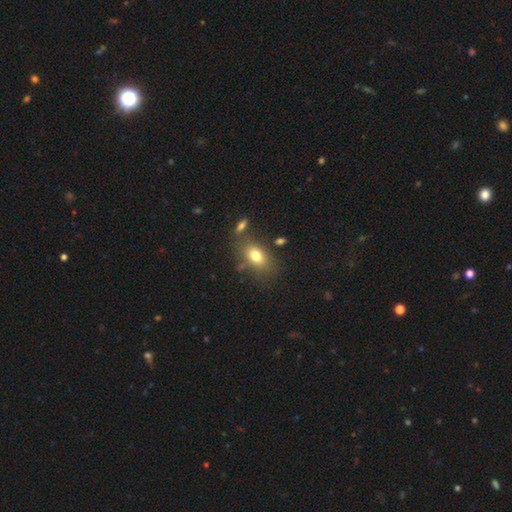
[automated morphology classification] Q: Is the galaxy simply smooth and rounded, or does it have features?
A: smooth — 76%.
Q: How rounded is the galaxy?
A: in between — 83%.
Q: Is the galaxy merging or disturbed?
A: none — 70%.